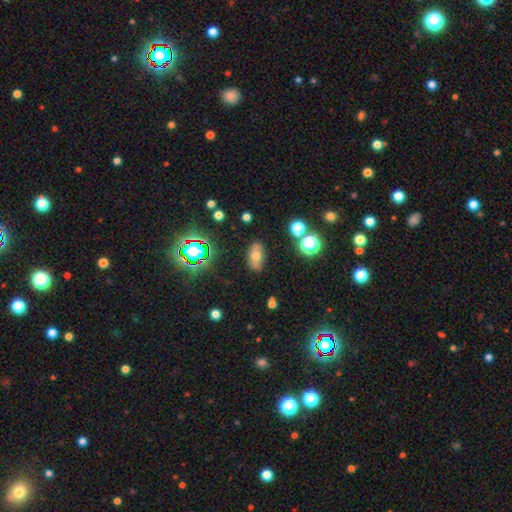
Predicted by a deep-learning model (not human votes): Smooth or featured?
  - smooth: 60% *
  - star or artifact: 20%
  - featured or disk: 20%
How rounded?
  - in between: 86% *
  - round: 9%
  - cigar-shaped: 5%
Merging?
  - none: 82% *
  - minor disturbance: 12%
  - major disturbance: 3%
  - merger: 3%